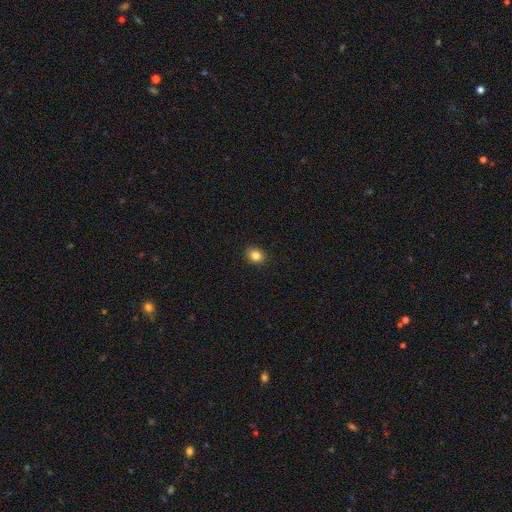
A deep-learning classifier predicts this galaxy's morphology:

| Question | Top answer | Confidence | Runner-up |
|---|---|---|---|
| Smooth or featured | smooth | 84% | star or artifact (10%) |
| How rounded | round | 57% | in between (42%) |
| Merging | none | 91% | minor disturbance (7%) |